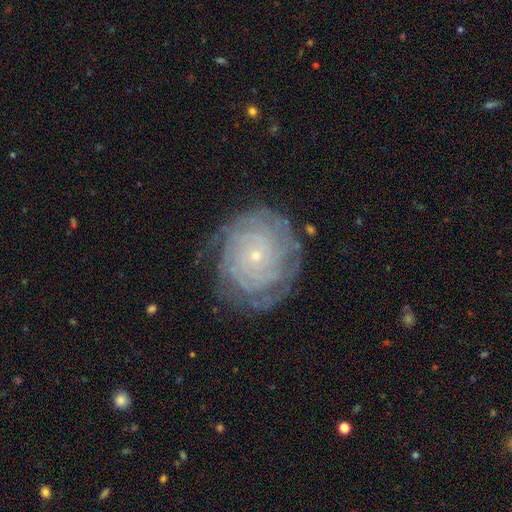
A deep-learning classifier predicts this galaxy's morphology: Smooth or featured? featured or disk (83%)
Edge-on disk? no (97%)
Bar? no (85%)
Spiral arms? yes (96%)
Spiral winding? tight (87%)
Spiral arm count? can't tell (33%)
Bulge size? small (89%)
Merging? none (78%)